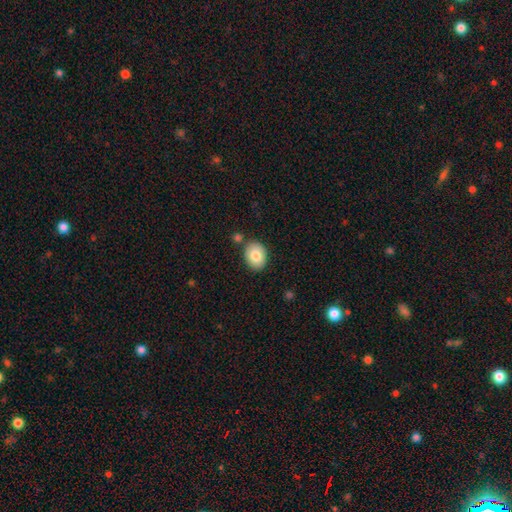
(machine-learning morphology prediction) Q: Smooth or featured?
A: smooth (81%); runner-up: featured or disk (12%)
Q: How rounded?
A: in between (65%); runner-up: round (34%)
Q: Merging?
A: none (79%); runner-up: minor disturbance (11%)